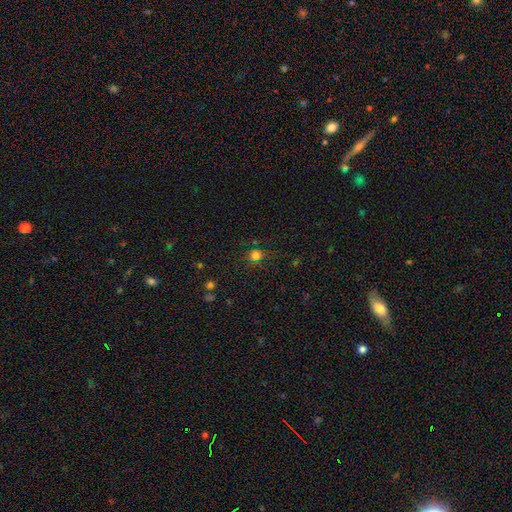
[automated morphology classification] Overall: smooth (69%). How rounded: round (85%). Merging: none (77%).